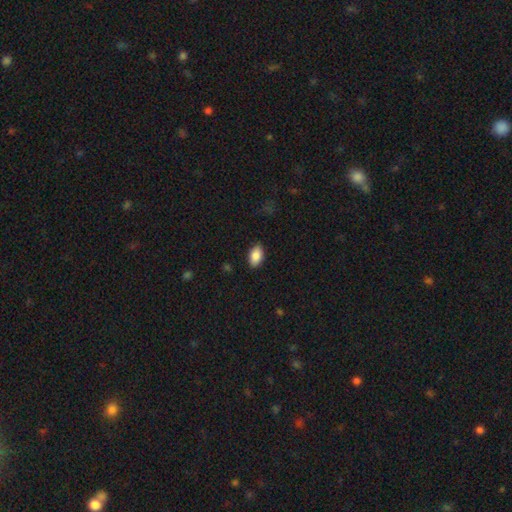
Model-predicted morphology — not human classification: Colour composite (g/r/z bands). It shows a smooth galaxy with no disk features (88%) that is in between round and cigar-shaped (92%). Merging: none (87%).